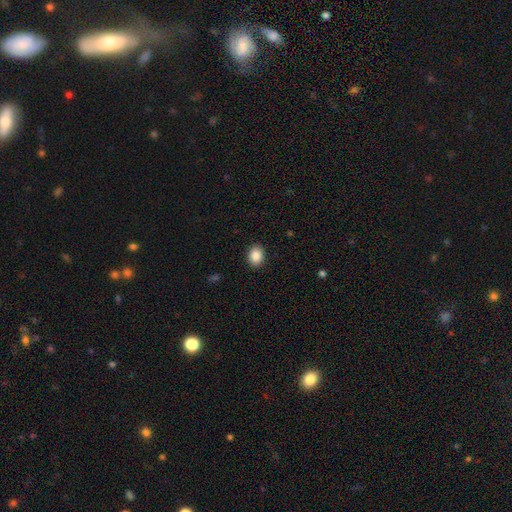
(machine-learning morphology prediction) type=smooth (88%); roundness=in between (54%); merging=none (90%).